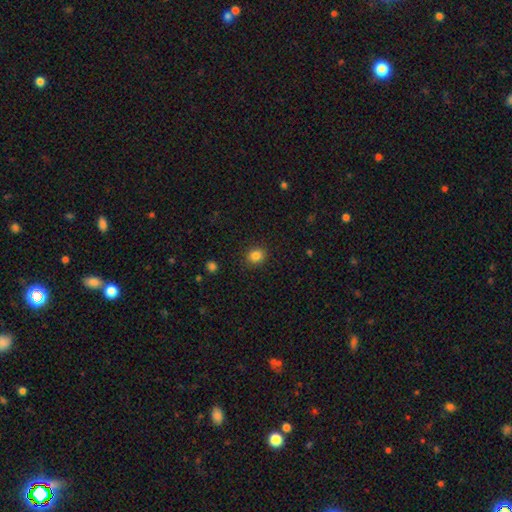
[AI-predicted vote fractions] Smooth or featured? smooth (84%)
How rounded? round (74%)
Merging? none (90%)